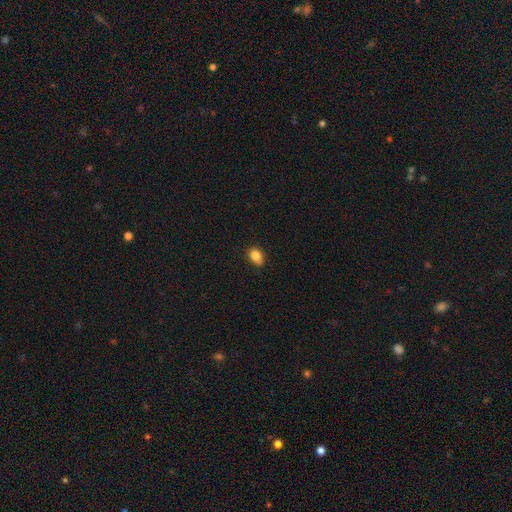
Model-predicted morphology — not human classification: Smooth or featured: smooth — 84% (star or artifact — 10%)
How rounded: in between — 64% (round — 34%)
Merging: none — 74% (minor disturbance — 22%)